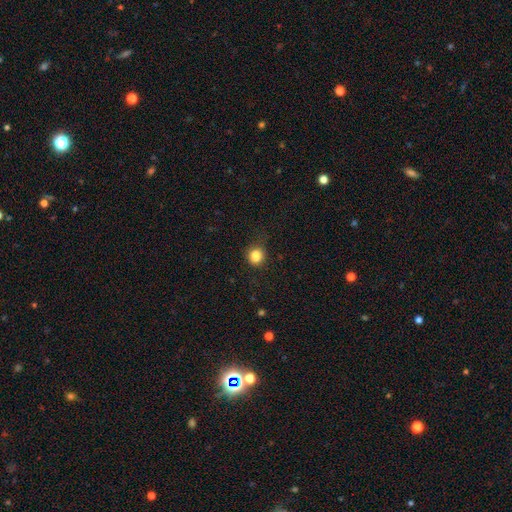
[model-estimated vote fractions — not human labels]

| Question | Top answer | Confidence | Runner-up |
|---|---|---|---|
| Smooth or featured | smooth | 82% | star or artifact (12%) |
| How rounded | round | 76% | in between (23%) |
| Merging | none | 66% | minor disturbance (22%) |